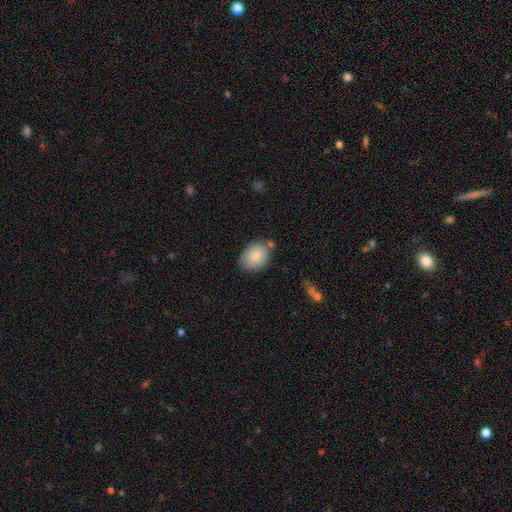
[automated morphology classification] smooth 79%, featured or disk 13%, star or artifact 7%. Down the decision tree: how rounded — in between (67%); merging — none (69%).